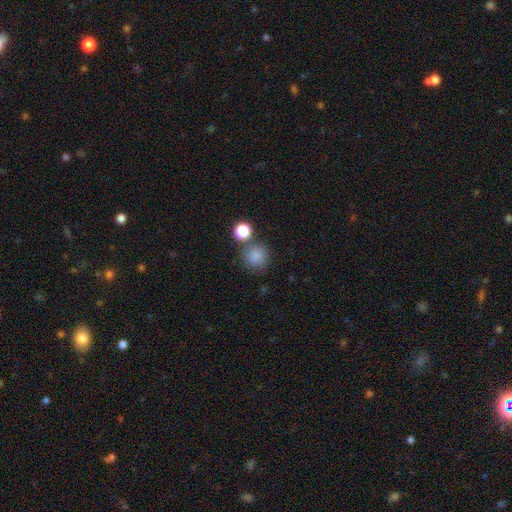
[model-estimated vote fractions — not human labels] smooth-or-featured: smooth: 81% | star or artifact: 13% | featured or disk: 6%
  how-rounded: round: 92% | in between: 7% | cigar-shaped: 1%
  merging: none: 73% | merger: 12% | minor disturbance: 11% | major disturbance: 4%